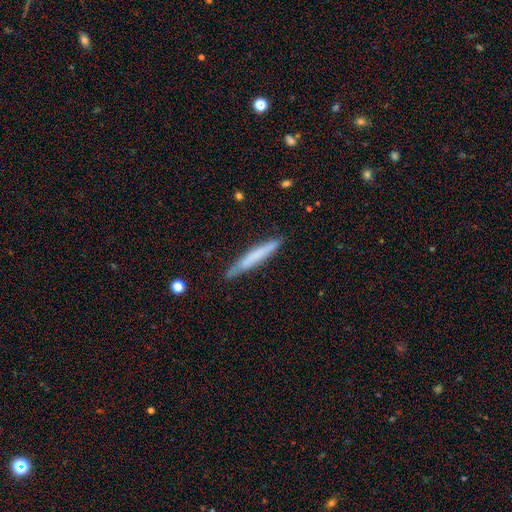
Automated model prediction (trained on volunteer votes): A smooth galaxy with no disk features (64%) that is cigar-shaped (95%). Merging: none (83%).